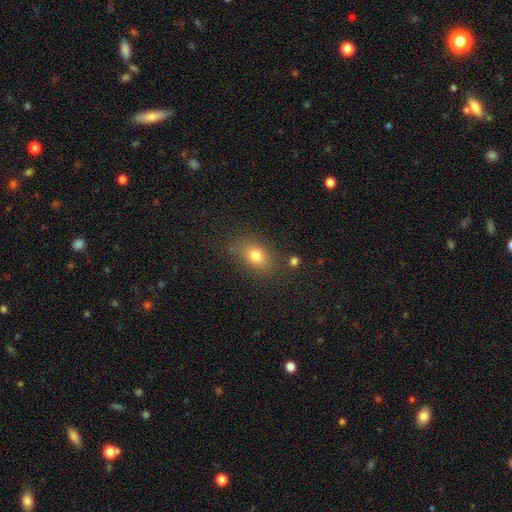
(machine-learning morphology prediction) A smooth galaxy with no disk features (78%) that is in between round and cigar-shaped (71%). Merging: none (74%).